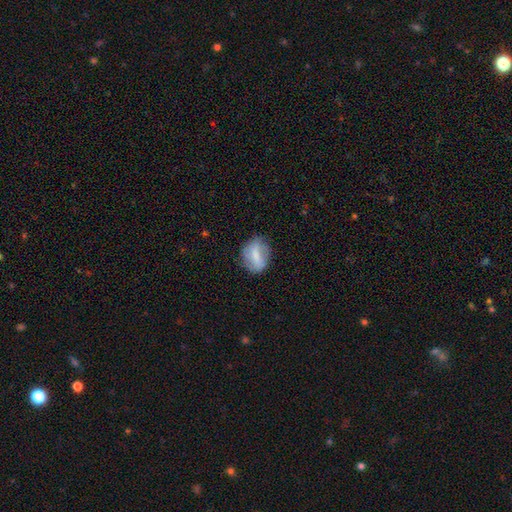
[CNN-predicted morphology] A smooth galaxy with no disk features (58%) that is in between round and cigar-shaped (59%). Merging: none (69%).